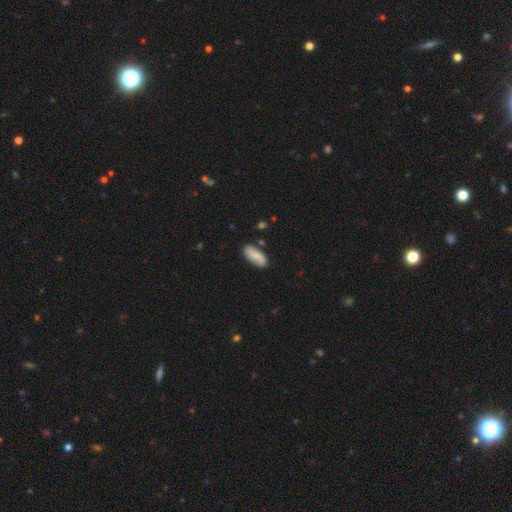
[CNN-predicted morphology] Q: Smooth or featured?
A: smooth (67%); runner-up: featured or disk (26%)
Q: How rounded?
A: in between (79%); runner-up: cigar-shaped (18%)
Q: Merging?
A: none (78%); runner-up: minor disturbance (15%)